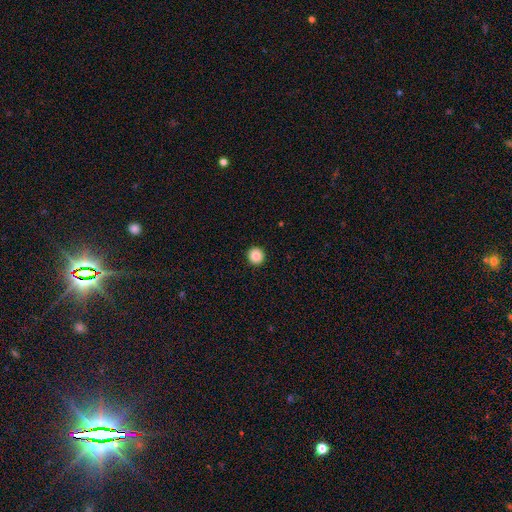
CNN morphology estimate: Smooth or featured? smooth (87%)
How rounded? round (95%)
Merging? none (94%)